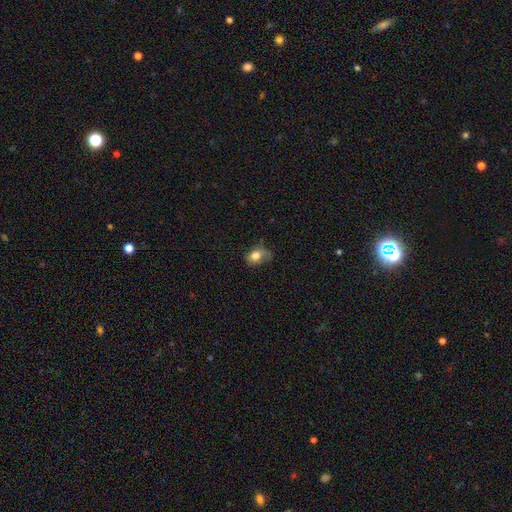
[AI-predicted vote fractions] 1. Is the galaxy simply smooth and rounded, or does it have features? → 73% smooth, 17% featured or disk, 10% star or artifact.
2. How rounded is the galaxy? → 65% in between, 34% round, 2% cigar-shaped.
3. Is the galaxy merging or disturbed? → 37% minor disturbance, 36% none, 24% major disturbance, 3% merger.